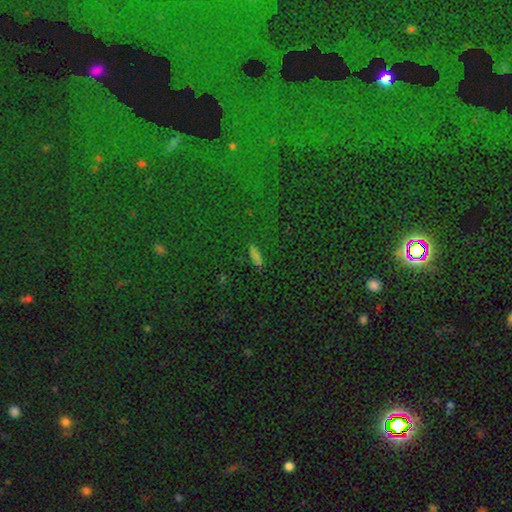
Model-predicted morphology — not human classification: Smooth or featured? smooth (67%)
How rounded? cigar-shaped (65%)
Merging? none (86%)